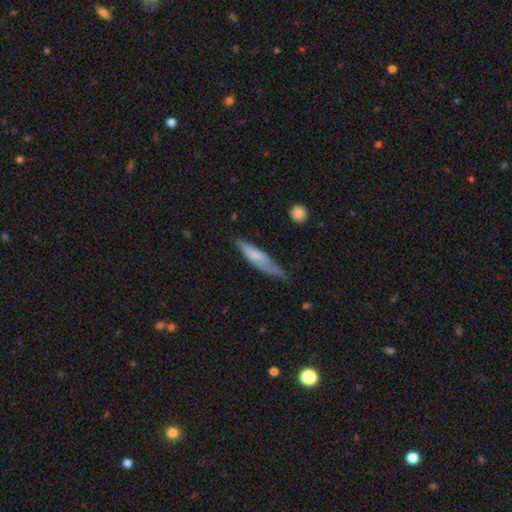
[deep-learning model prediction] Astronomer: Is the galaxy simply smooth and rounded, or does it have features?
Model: smooth — 59% (runner-up: featured or disk, 35%).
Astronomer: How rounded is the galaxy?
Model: cigar-shaped — 75%.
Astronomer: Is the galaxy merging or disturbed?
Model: none — 48% (runner-up: minor disturbance, 35%).